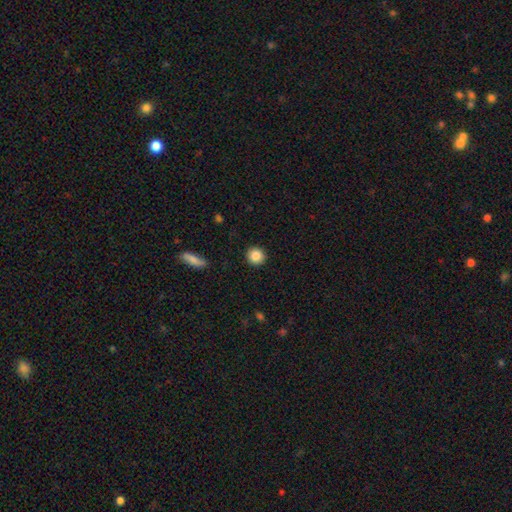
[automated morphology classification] A smooth galaxy with no disk features (86%) that is round (92%). Merging: none (91%).